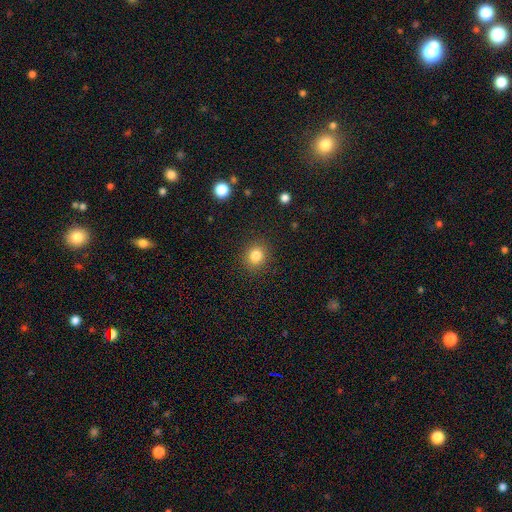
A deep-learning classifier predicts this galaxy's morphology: Smooth or featured? Predicted: smooth (p=0.83). How rounded? Predicted: round (p=0.80). Merging? Predicted: none (p=0.89).